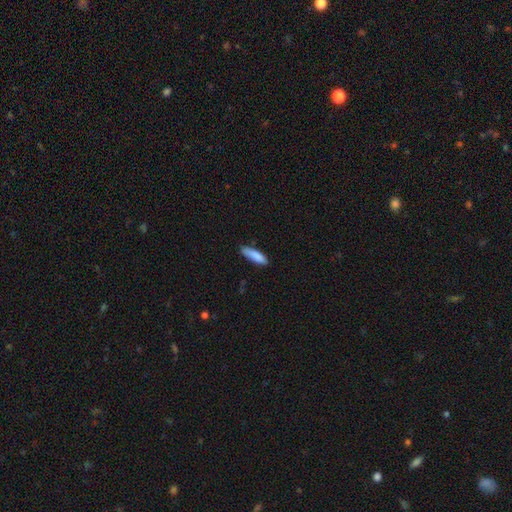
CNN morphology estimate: smooth 87%, featured or disk 7%, star or artifact 6%. Down the decision tree: how rounded — cigar-shaped (65%); merging — none (77%).